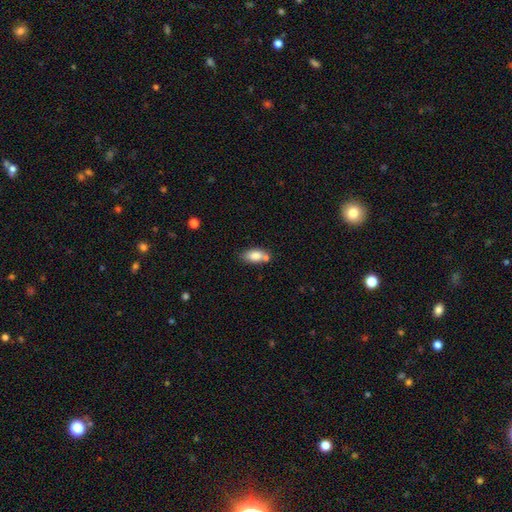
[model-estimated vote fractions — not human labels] Morphology: type=smooth (81%); roundness=in between (88%); merging=none (57%).